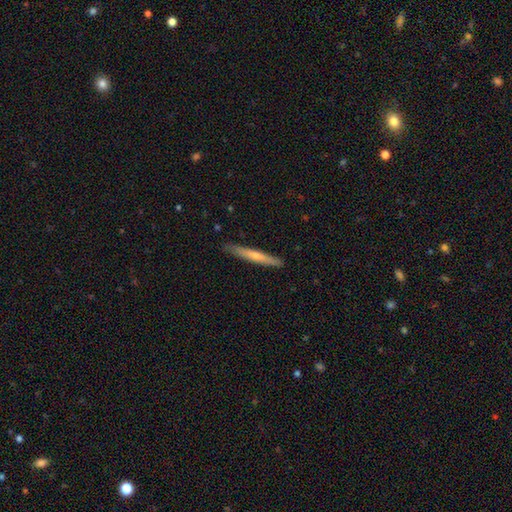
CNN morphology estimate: smooth_or_featured: smooth (p=0.54) [alt: featured or disk p=0.41]
how_rounded: cigar-shaped (p=0.96) [alt: in between p=0.03]
merging: none (p=0.88) [alt: minor disturbance p=0.09]